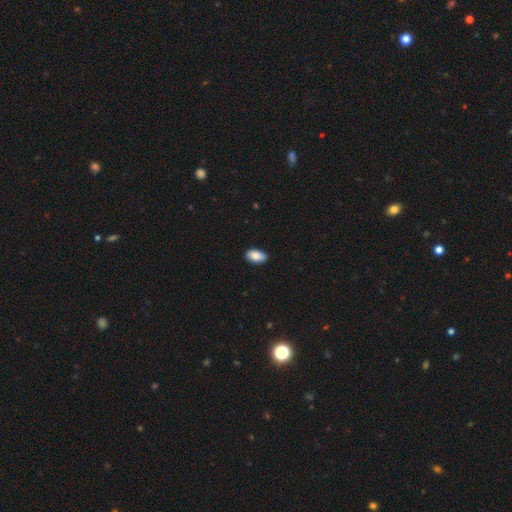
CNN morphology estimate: type=smooth (85%); roundness=in between (94%); merging=none (88%).